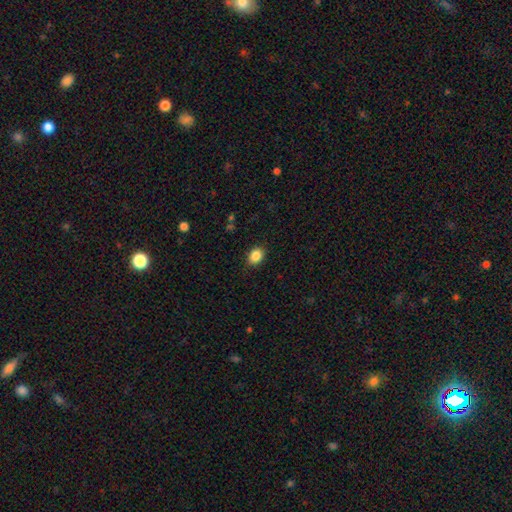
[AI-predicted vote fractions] Smooth or featured?
  - smooth: 87% *
  - star or artifact: 9%
  - featured or disk: 4%
How rounded?
  - in between: 65% *
  - round: 34%
  - cigar-shaped: 1%
Merging?
  - none: 87% *
  - minor disturbance: 10%
  - major disturbance: 2%
  - merger: 1%